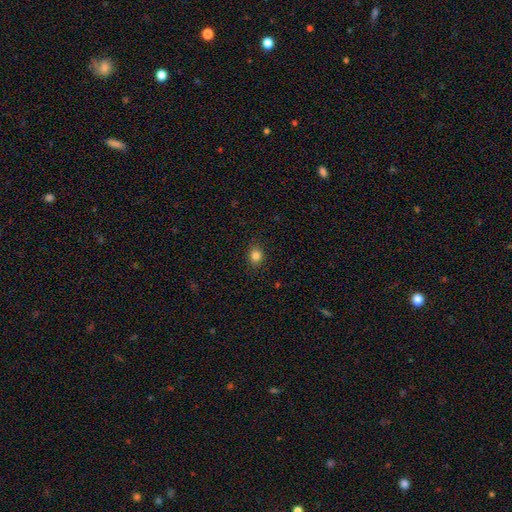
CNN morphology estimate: This appears to be a smooth galaxy with no disk features (84%) that is round (69%). Merging: none (88%).